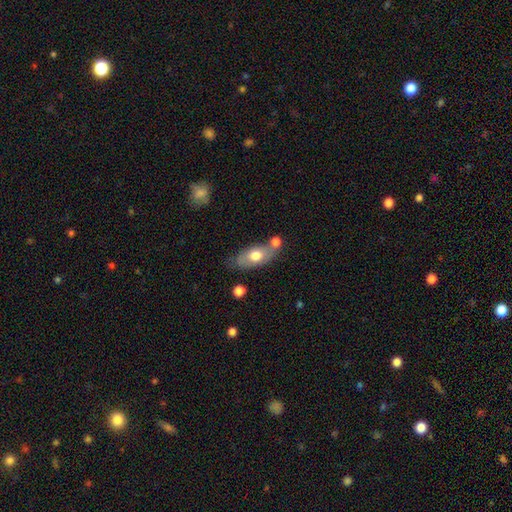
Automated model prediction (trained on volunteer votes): The model was most divided on "merging": none: 56%, merger: 20%, minor disturbance: 18%, major disturbance: 5%. More confident: how rounded — in between (85%); smooth or featured — smooth (66%).